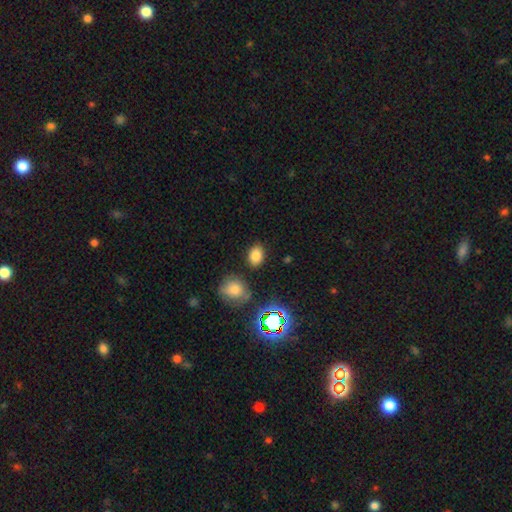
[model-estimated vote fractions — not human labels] A smooth galaxy with no disk features (79%) that is in between round and cigar-shaped (71%). Merging: none (84%).